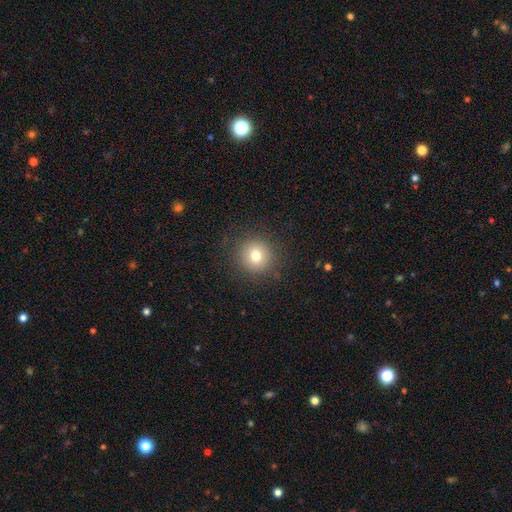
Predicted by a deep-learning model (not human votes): Morphology: type=smooth (77%); roundness=round (93%); merging=none (88%).